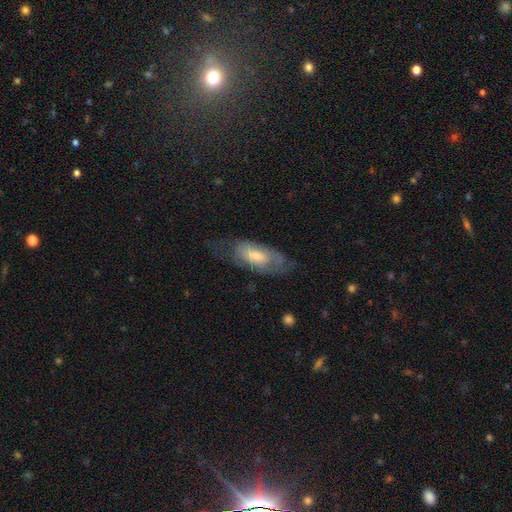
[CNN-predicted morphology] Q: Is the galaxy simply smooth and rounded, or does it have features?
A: featured or disk — 47%.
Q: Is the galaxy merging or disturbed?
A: none — 55%.